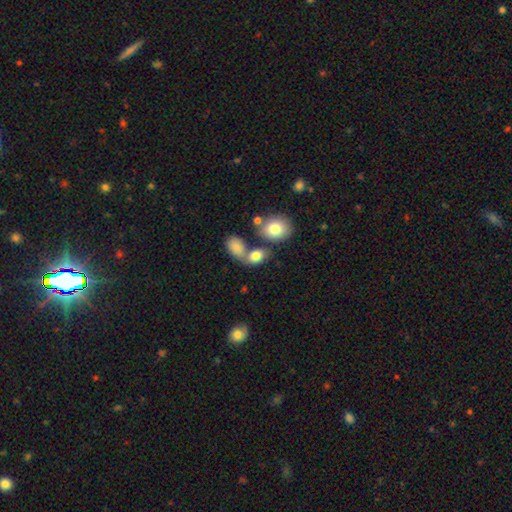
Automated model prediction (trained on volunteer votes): smooth_or_featured: smooth (p=0.79) [alt: featured or disk p=0.12]
how_rounded: in between (p=0.77) [alt: round p=0.21]
merging: merger (p=0.41) [tied with: none p=0.41]